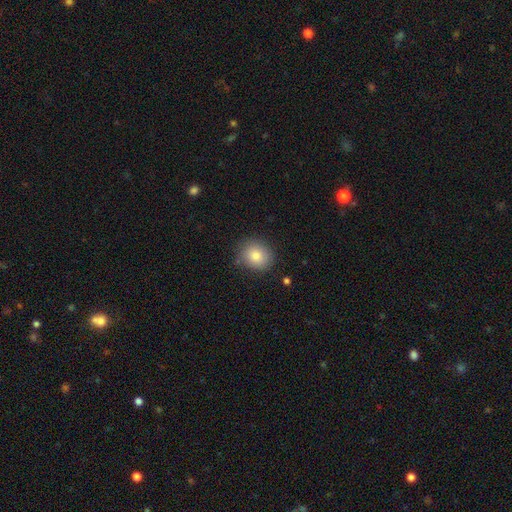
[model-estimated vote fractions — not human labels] Smooth or featured? Predicted: smooth (p=0.81). How rounded? Predicted: round (p=0.75). Merging? Predicted: none (p=0.84).